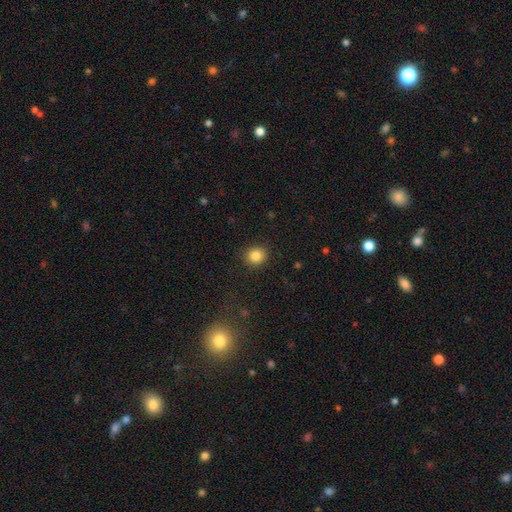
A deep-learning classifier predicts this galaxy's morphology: This is clearly a smooth galaxy (85%). How rounded: clearly round (82%). Merging: clearly none (89%).